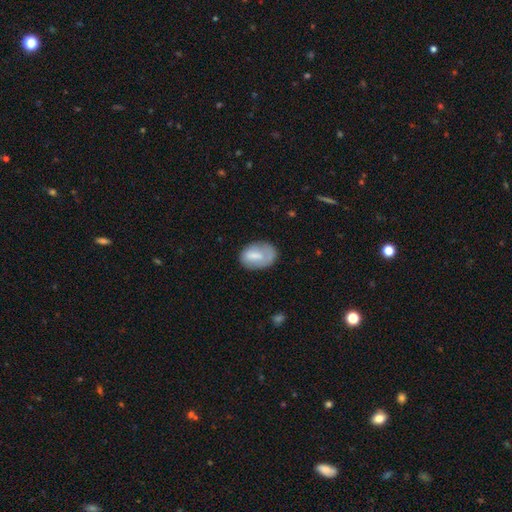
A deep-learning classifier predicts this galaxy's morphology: Q: Smooth or featured?
A: smooth (70%); runner-up: featured or disk (23%)
Q: How rounded?
A: in between (84%); runner-up: round (15%)
Q: Merging?
A: none (59%); runner-up: minor disturbance (26%)